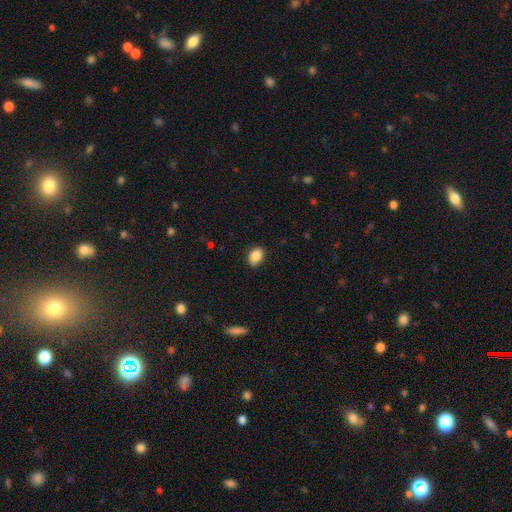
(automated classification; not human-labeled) A smooth galaxy with no disk features (87%) that is in between round and cigar-shaped (75%).

Vote fractions:
- Smooth or featured? smooth: 87% / star or artifact: 8% / featured or disk: 5%
- How rounded? in between: 75% / round: 24% / cigar-shaped: 1%
- Merging? none: 83% / minor disturbance: 13% / major disturbance: 2% / merger: 1%